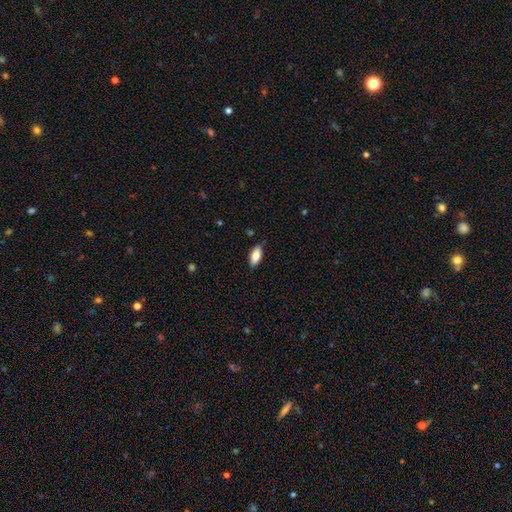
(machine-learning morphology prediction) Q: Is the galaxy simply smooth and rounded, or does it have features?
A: smooth — 77%.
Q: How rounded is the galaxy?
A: in between — 84%.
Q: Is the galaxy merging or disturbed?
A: none — 87%.